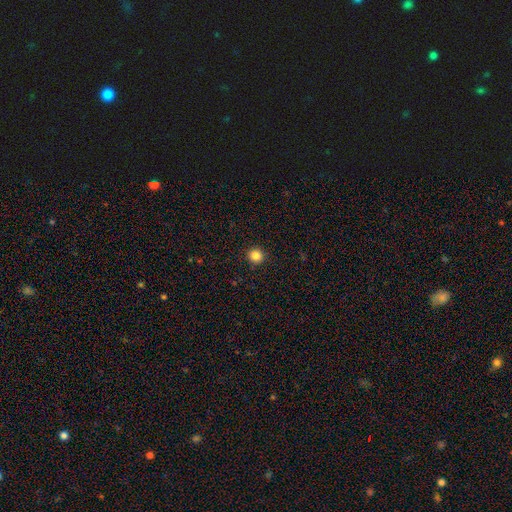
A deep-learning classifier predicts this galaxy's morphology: The model was most divided on "smooth or featured": smooth: 85%, star or artifact: 12%, featured or disk: 4%. More confident: how rounded — round (93%); merging — none (92%).